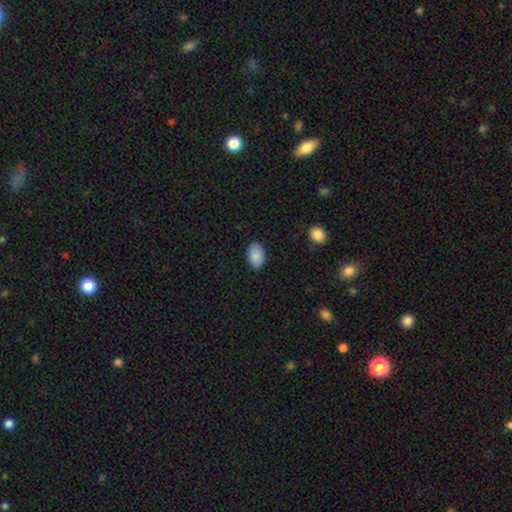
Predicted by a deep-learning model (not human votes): Q: Smooth or featured?
A: smooth (88%); runner-up: star or artifact (7%)
Q: How rounded?
A: in between (91%); runner-up: round (8%)
Q: Merging?
A: none (86%); runner-up: minor disturbance (11%)